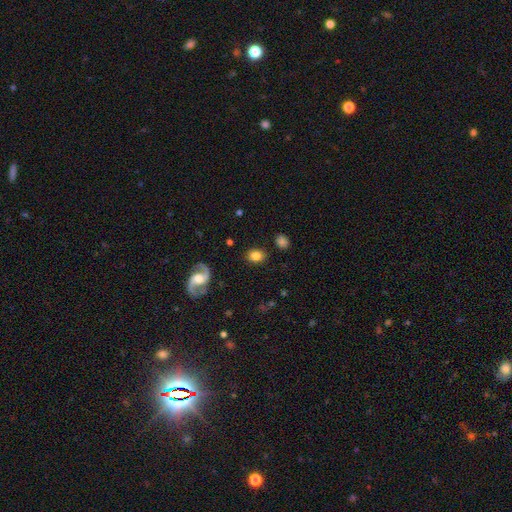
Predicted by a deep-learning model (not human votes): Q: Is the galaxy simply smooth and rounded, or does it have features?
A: smooth — 76%.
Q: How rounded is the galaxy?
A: in between — 50%.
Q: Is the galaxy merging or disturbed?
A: none — 85%.